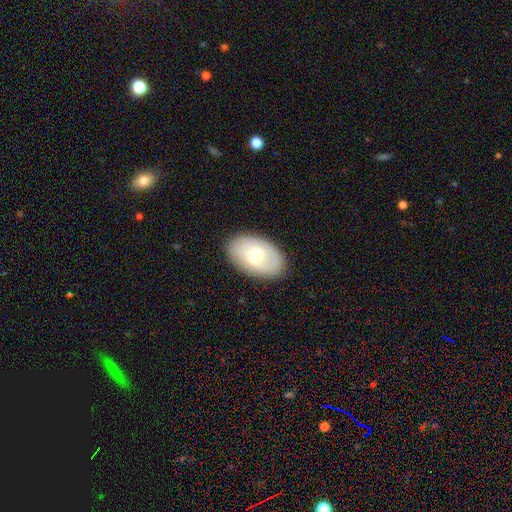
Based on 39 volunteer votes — Smooth or featured? 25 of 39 (64%) said smooth. How rounded? 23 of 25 (92%) said in between. Merging? 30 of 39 (77%) said none.